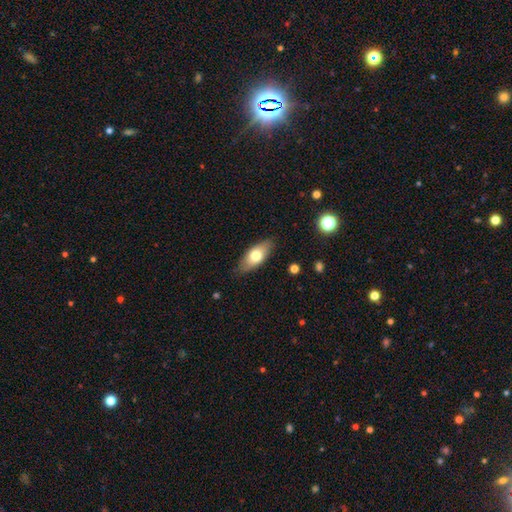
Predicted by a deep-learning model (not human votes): The model was most divided on "smooth or featured": smooth: 70%, featured or disk: 24%, star or artifact: 6%. More confident: merging — none (83%); how rounded — in between (83%).